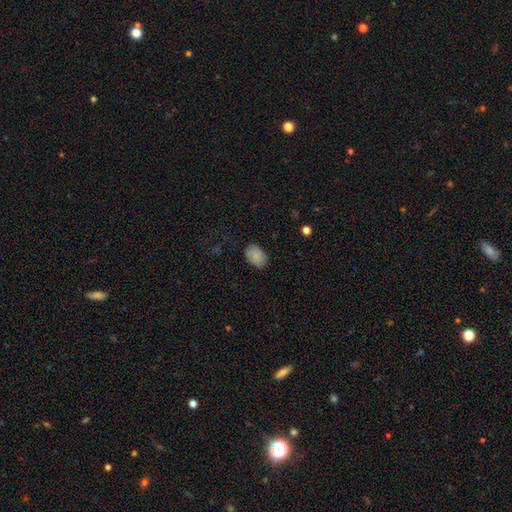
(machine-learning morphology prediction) This appears to be a smooth galaxy with no disk features (82%) that is in between round and cigar-shaped (79%). Merging: none (76%).